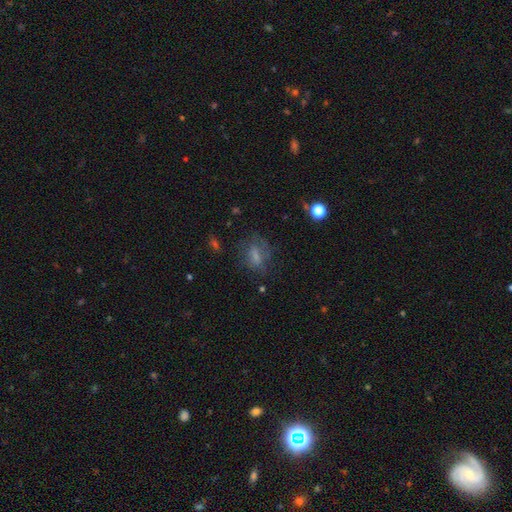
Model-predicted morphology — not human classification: Smooth or featured: smooth — 58% (featured or disk — 27%)
How rounded: in between — 67% (round — 20%)
Merging: none — 52% (minor disturbance — 23%)